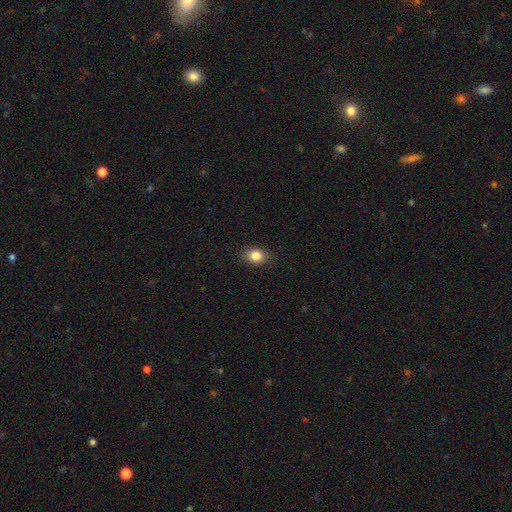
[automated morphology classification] type=smooth (84%); roundness=in between (64%); merging=none (87%).